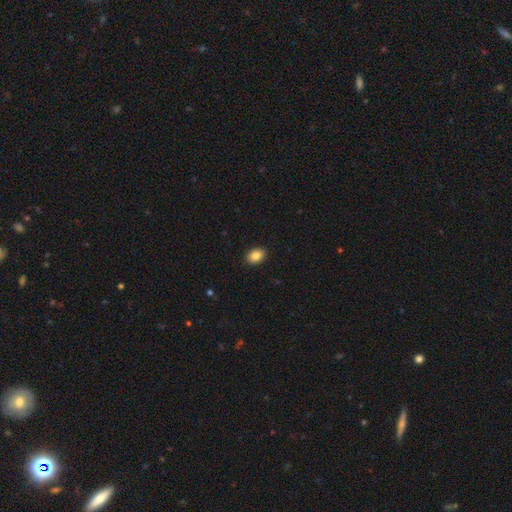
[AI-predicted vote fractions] The model was most divided on "how rounded": in between: 79%, round: 20%, cigar-shaped: 1%. More confident: merging — none (90%); smooth or featured — smooth (87%).